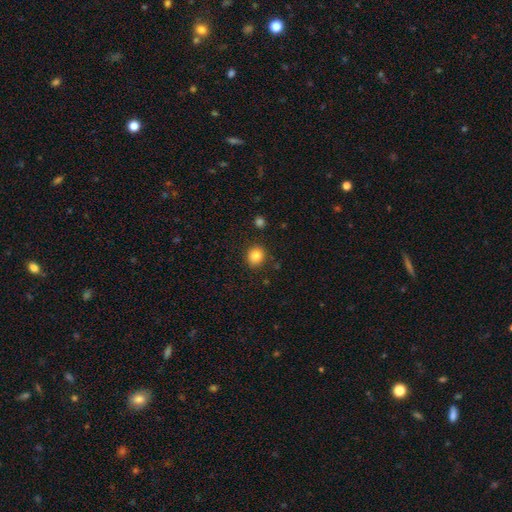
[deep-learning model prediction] Smooth or featured?
  - smooth: 86% *
  - star or artifact: 10%
  - featured or disk: 4%
How rounded?
  - round: 79% *
  - in between: 20%
  - cigar-shaped: 1%
Merging?
  - none: 86% *
  - minor disturbance: 9%
  - major disturbance: 3%
  - merger: 2%